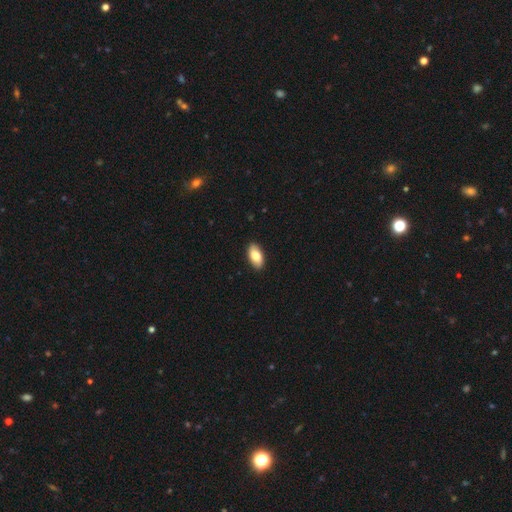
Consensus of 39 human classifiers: smooth-or-featured: smooth: 79% | featured or disk: 15% | star or artifact: 5%
  how-rounded: in between: 94% | round: 3% | cigar-shaped: 3%
  merging: none: 92% | minor disturbance: 8% | major disturbance: 0% | merger: 0%